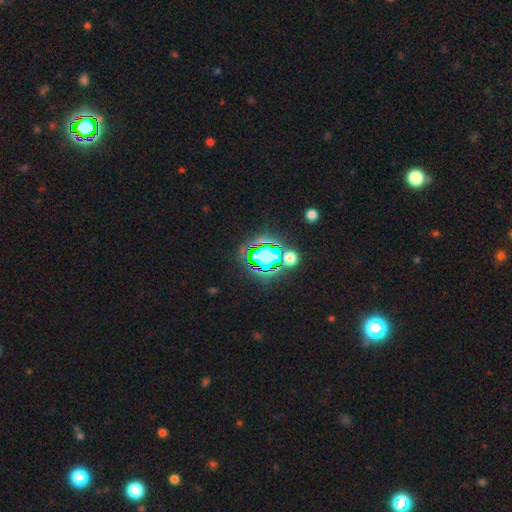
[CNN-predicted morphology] Overall: star or artifact (81%).